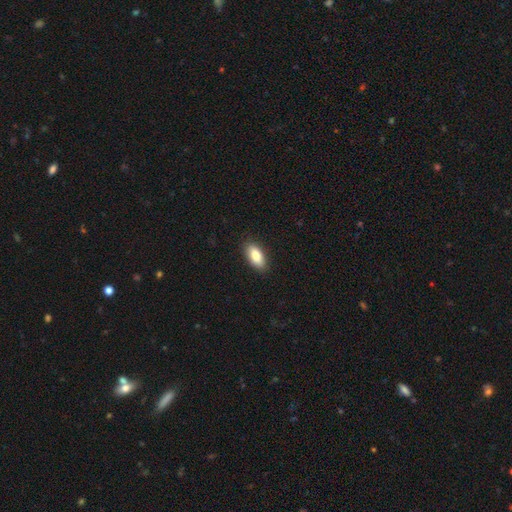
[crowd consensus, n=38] This is likely a smooth galaxy (76%). How rounded: clearly in between (86%). Merging: clearly none (86%).